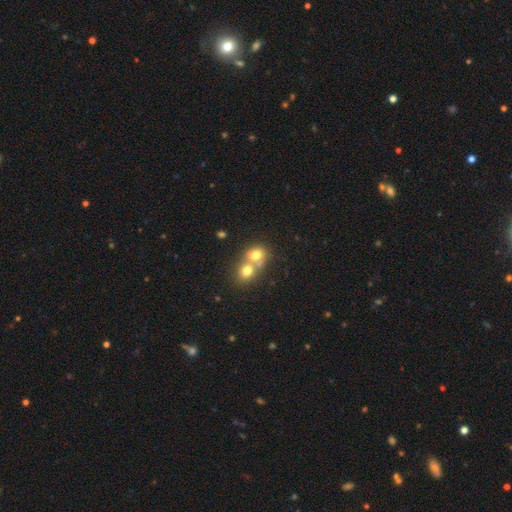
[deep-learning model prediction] Smooth or featured: smooth — 71% (featured or disk — 17%)
How rounded: round — 70% (in between — 29%)
Merging: merger — 66% (none — 26%)